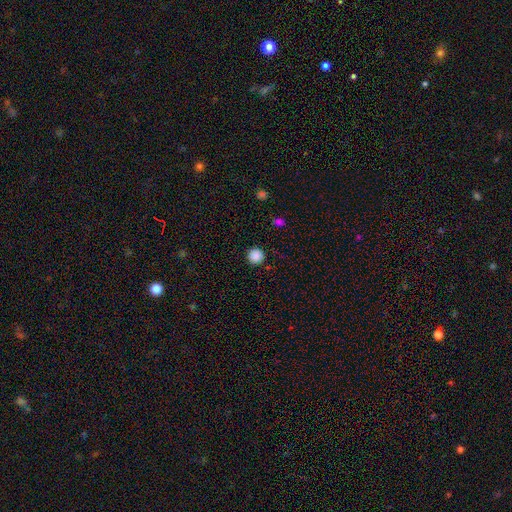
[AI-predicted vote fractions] A smooth galaxy with no disk features (87%) that is round (96%). Merging: none (91%).